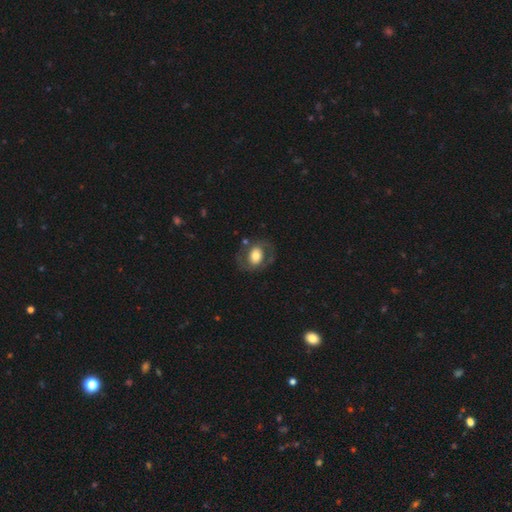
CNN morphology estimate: smooth_or_featured: smooth (p=0.53) [alt: featured or disk p=0.40]
how_rounded: in between (p=0.55) [alt: round p=0.44]
merging: none (p=0.69) [alt: minor disturbance p=0.16]